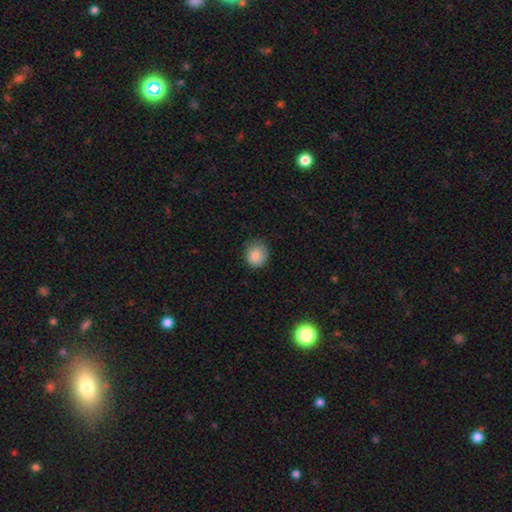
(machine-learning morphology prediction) Q: Smooth or featured?
A: smooth (85%); runner-up: star or artifact (9%)
Q: How rounded?
A: round (81%); runner-up: in between (18%)
Q: Merging?
A: none (73%); runner-up: minor disturbance (22%)